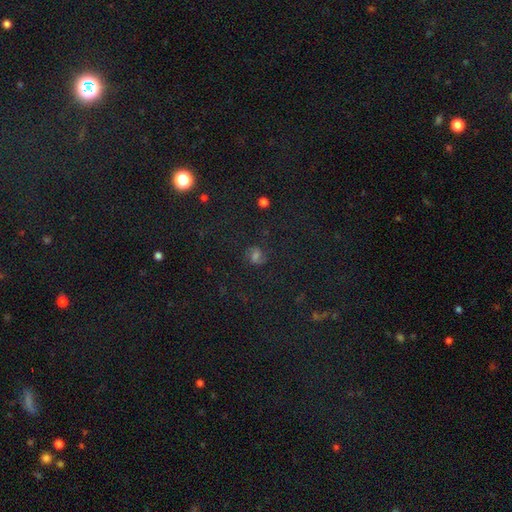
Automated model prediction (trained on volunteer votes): Smooth or featured: smooth — 37% (star or artifact — 33%)
Merging: none — 74% (minor disturbance — 15%)